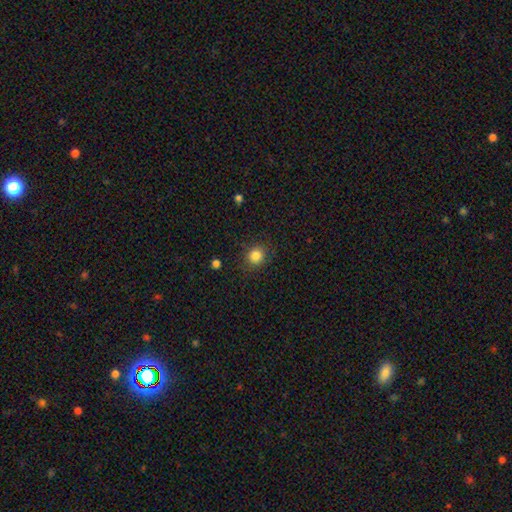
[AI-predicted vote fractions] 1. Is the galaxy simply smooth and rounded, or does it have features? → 84% smooth, 11% star or artifact, 4% featured or disk.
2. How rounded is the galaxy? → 86% round, 13% in between, 1% cigar-shaped.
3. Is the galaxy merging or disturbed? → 86% none, 9% minor disturbance, 3% major disturbance, 1% merger.